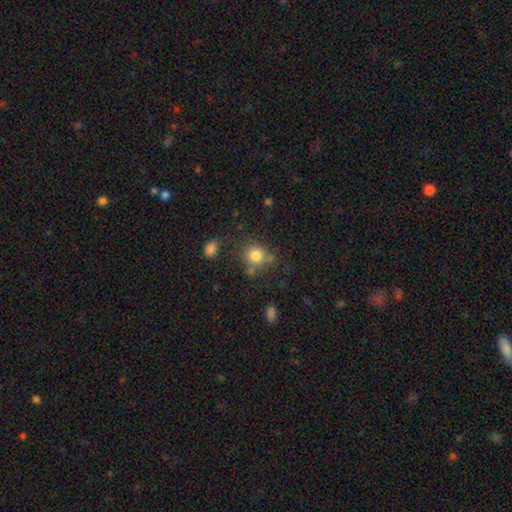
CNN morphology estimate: Smooth or featured: smooth — 80% (star or artifact — 12%)
How rounded: round — 81% (in between — 17%)
Merging: none — 68% (minor disturbance — 16%)